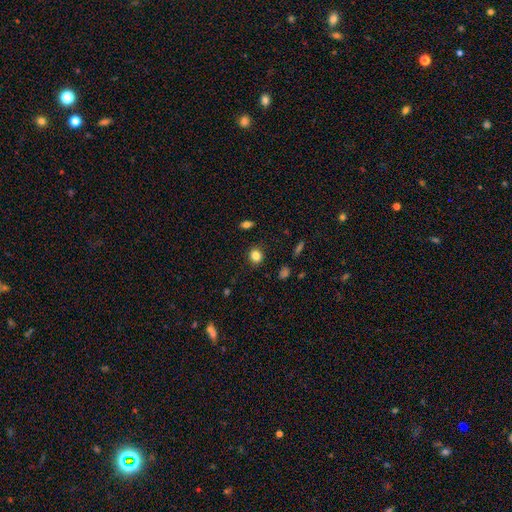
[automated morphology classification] Smooth or featured?
  - smooth: 84% *
  - star or artifact: 11%
  - featured or disk: 5%
How rounded?
  - round: 72% *
  - in between: 27%
  - cigar-shaped: 1%
Merging?
  - none: 87% *
  - minor disturbance: 9%
  - major disturbance: 2%
  - merger: 1%